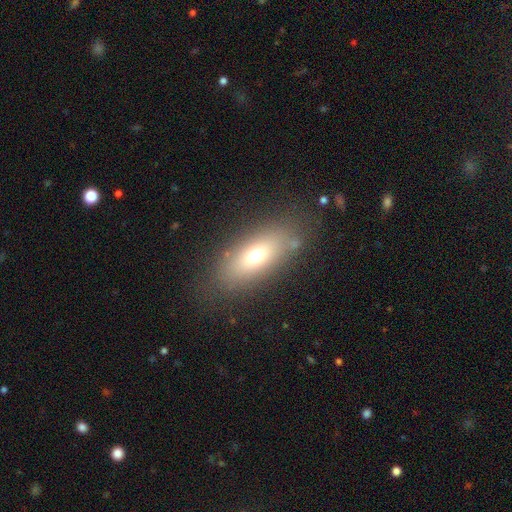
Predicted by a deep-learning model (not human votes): A smooth galaxy with no disk features (67%) that is in between round and cigar-shaped (80%). Merging: none (80%).